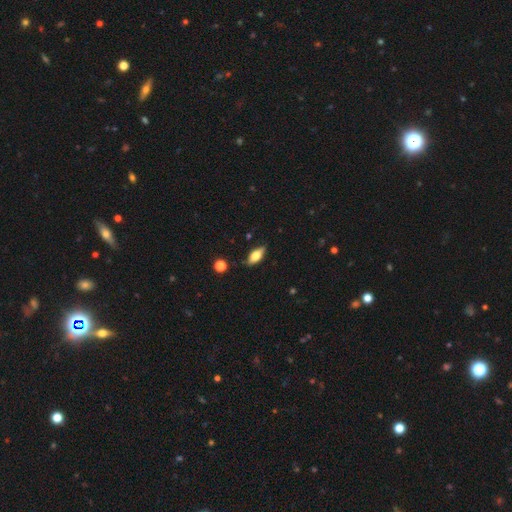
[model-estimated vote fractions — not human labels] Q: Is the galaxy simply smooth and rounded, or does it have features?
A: smooth — 63%.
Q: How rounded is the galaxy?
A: in between — 81%.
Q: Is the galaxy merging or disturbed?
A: none — 82%.